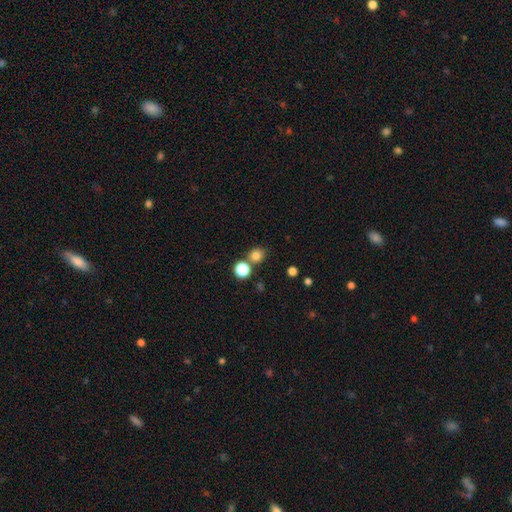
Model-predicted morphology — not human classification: Overall: smooth (79%). How rounded: round (81%). Merging: none (71%).